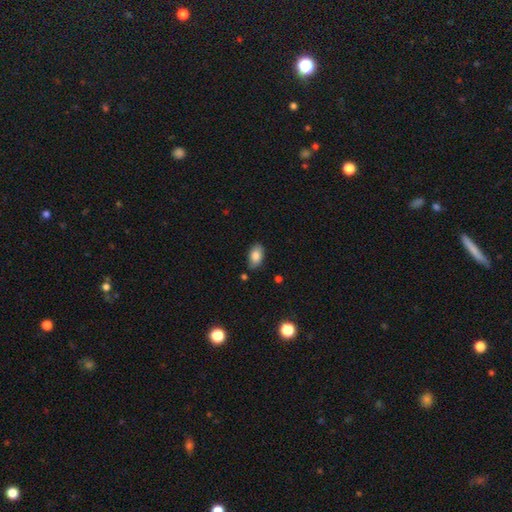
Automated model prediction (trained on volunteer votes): smooth-or-featured: smooth: 83% | featured or disk: 9% | star or artifact: 8%
  how-rounded: in between: 93% | round: 5% | cigar-shaped: 2%
  merging: none: 82% | minor disturbance: 13% | merger: 2% | major disturbance: 2%